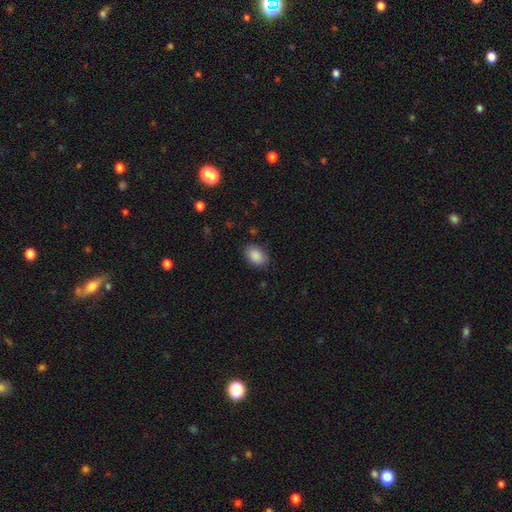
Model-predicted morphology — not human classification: Smooth or featured? smooth (89%)
How rounded? in between (84%)
Merging? none (82%)